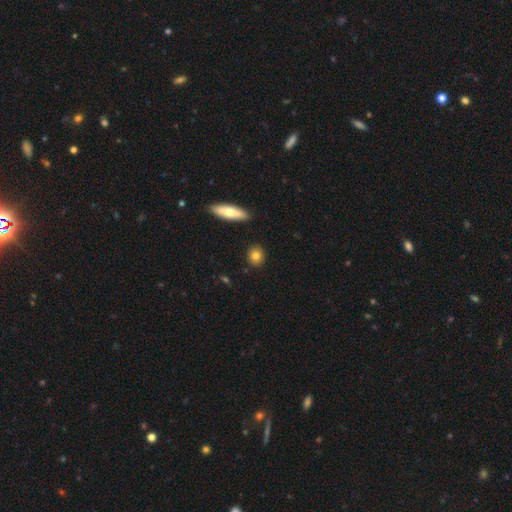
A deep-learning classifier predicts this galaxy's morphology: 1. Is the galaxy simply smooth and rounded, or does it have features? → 81% smooth, 11% featured or disk, 8% star or artifact.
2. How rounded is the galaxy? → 65% round, 31% in between, 4% cigar-shaped.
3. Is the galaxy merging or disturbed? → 88% none, 8% minor disturbance, 2% merger, 2% major disturbance.